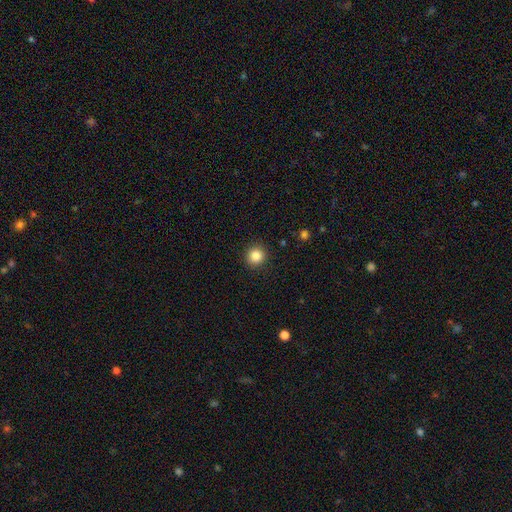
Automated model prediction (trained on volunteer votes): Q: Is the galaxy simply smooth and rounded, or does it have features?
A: smooth — 85%.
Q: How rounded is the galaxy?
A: round — 94%.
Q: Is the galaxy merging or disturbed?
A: none — 92%.